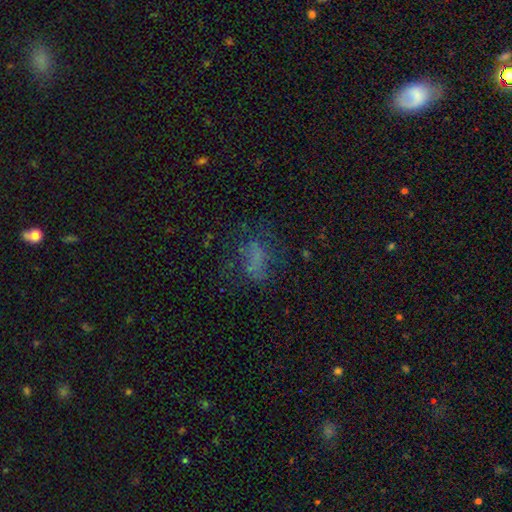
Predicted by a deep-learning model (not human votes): smooth_or_featured: smooth (p=0.49) [alt: featured or disk p=0.28]
merging: none (p=0.50) [alt: major disturbance p=0.26]